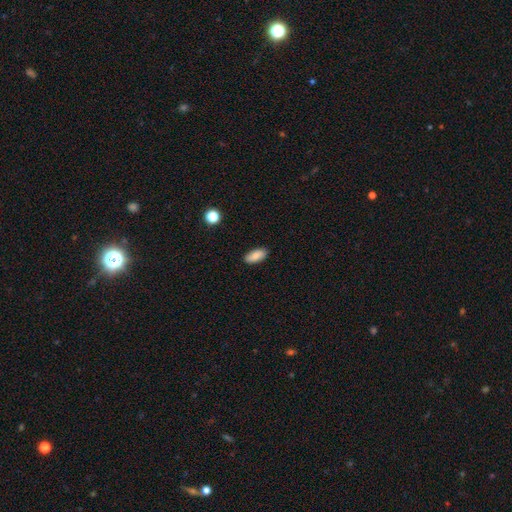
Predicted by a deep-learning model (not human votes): Overall: smooth (84%). How rounded: in between (90%). Merging: none (88%).